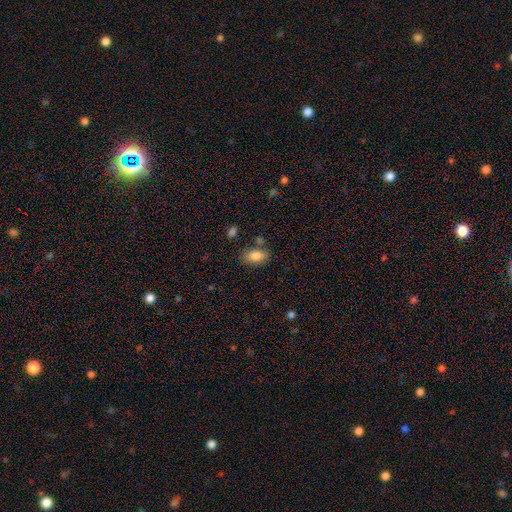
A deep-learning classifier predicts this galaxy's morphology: A smooth galaxy with no disk features (84%) that is in between round and cigar-shaped (89%). Merging: none (77%).